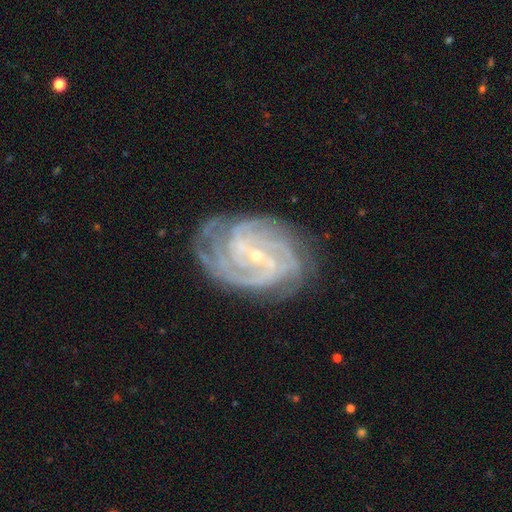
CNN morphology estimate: Smooth or featured? featured or disk (91%)
Edge-on disk? no (97%)
Bar? weak (43%)
Spiral arms? yes (98%)
Spiral winding? tight (68%)
Spiral arm count? 4 (29%)
Bulge size? small (83%)
Merging? none (77%)